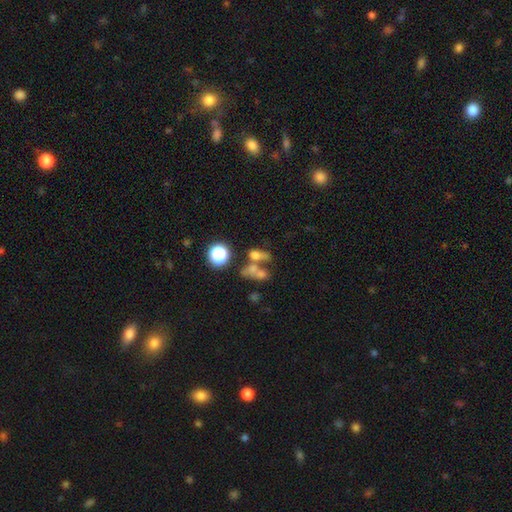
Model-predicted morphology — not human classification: smooth_or_featured: smooth (p=0.58) [alt: featured or disk p=0.22]
how_rounded: in between (p=0.58) [alt: round p=0.34]
merging: merger (p=0.48) [alt: none p=0.31]